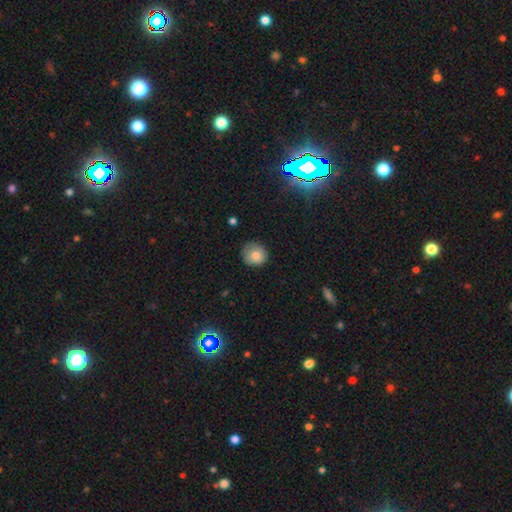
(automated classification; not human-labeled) Smooth or featured: smooth — 81% (featured or disk — 10%)
How rounded: round — 88% (in between — 11%)
Merging: none — 71% (minor disturbance — 23%)